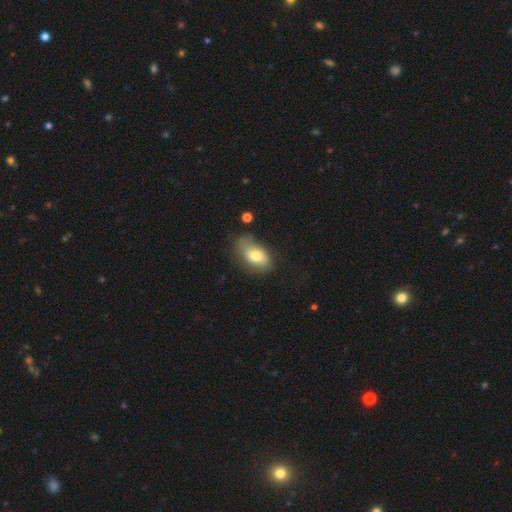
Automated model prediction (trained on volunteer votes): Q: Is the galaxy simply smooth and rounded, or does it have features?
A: smooth — 73%.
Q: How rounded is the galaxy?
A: in between — 90%.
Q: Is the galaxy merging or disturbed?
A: none — 53%.